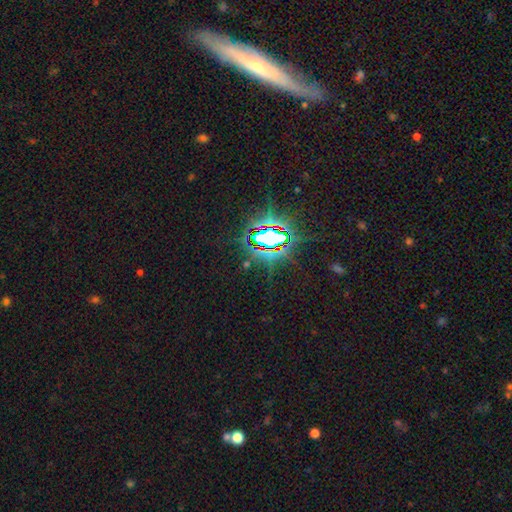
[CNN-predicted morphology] smooth-or-featured: star or artifact: 65% | featured or disk: 19% | smooth: 16%